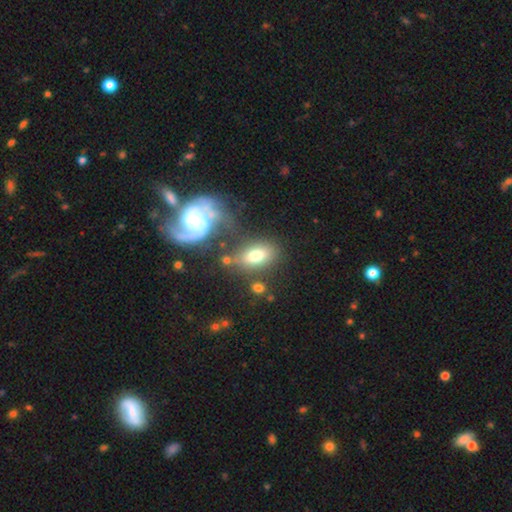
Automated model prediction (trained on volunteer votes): smooth 71%, featured or disk 20%, star or artifact 9%. Down the decision tree: how rounded — in between (84%); merging — none (66%).